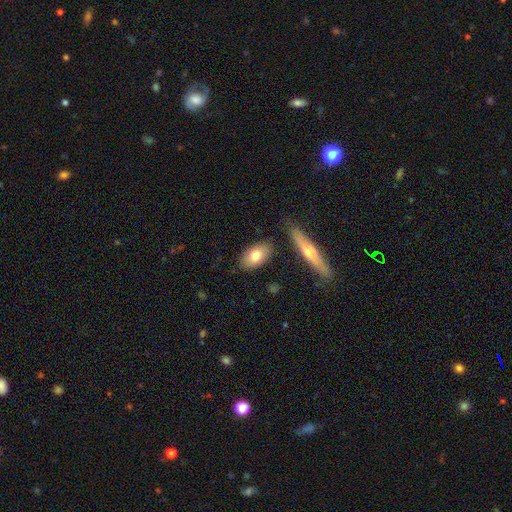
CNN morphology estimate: smooth 75%, featured or disk 19%, star or artifact 6%. Down the decision tree: how rounded — in between (90%); merging — none (82%).